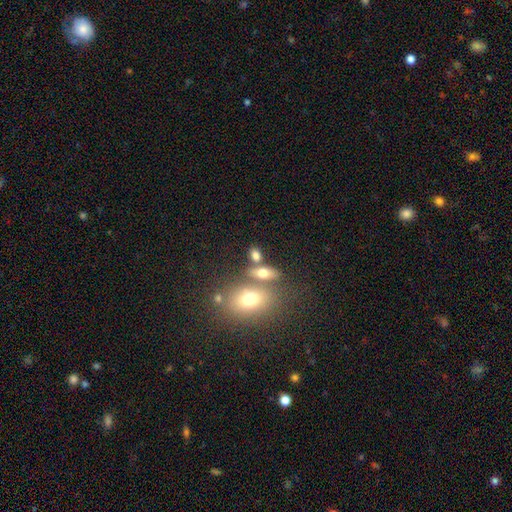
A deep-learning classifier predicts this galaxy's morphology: Smooth or featured?
  - smooth: 68% *
  - featured or disk: 21%
  - star or artifact: 11%
How rounded?
  - in between: 69% *
  - round: 17%
  - cigar-shaped: 14%
Merging?
  - none: 55% *
  - merger: 27%
  - minor disturbance: 12%
  - major disturbance: 6%